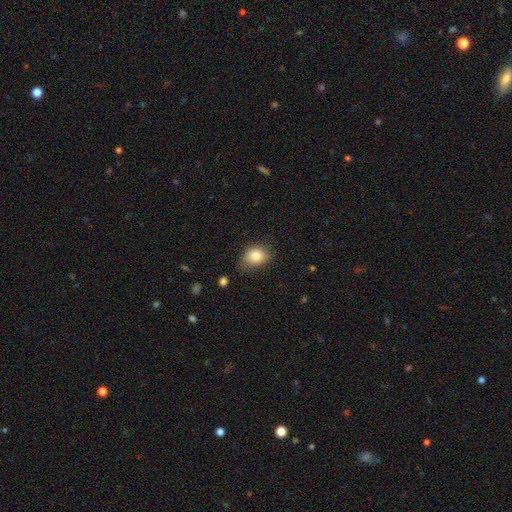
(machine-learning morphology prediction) Smooth or featured? Predicted: smooth (p=0.84). How rounded? Predicted: in between (p=0.61). Merging? Predicted: none (p=0.73).